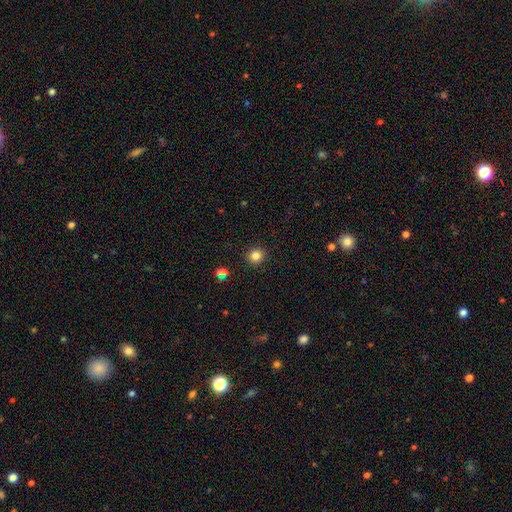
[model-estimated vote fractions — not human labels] smooth-or-featured: smooth: 82% | star or artifact: 13% | featured or disk: 5%
  how-rounded: round: 92% | in between: 7% | cigar-shaped: 1%
  merging: none: 91% | minor disturbance: 5% | major disturbance: 2% | merger: 1%